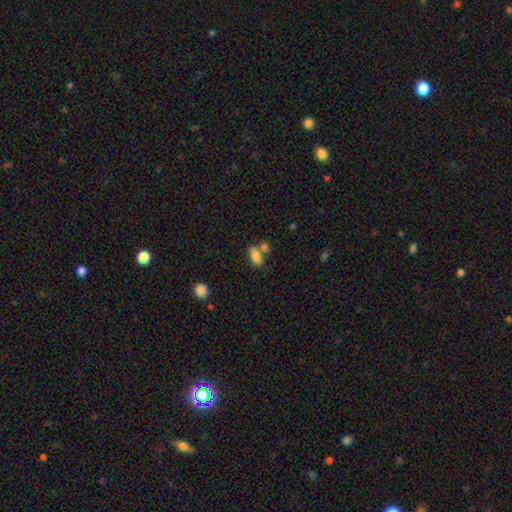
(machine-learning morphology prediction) Smooth or featured? Predicted: smooth (p=0.79). How rounded? Predicted: in between (p=0.86). Merging? Predicted: none (p=0.52).